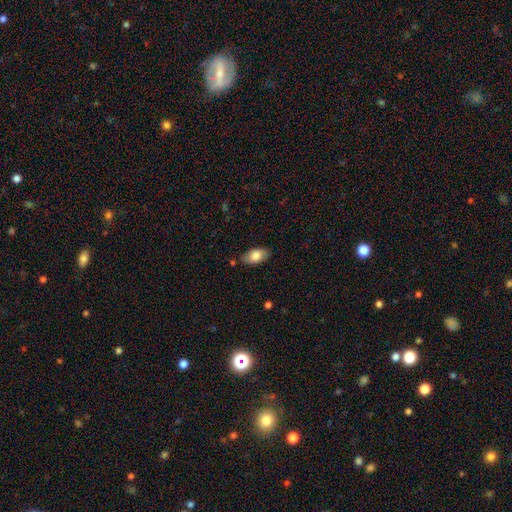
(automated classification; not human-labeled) The model was most divided on "merging": none: 81%, minor disturbance: 14%, major disturbance: 3%, merger: 2%. More confident: how rounded — in between (93%); smooth or featured — smooth (81%).